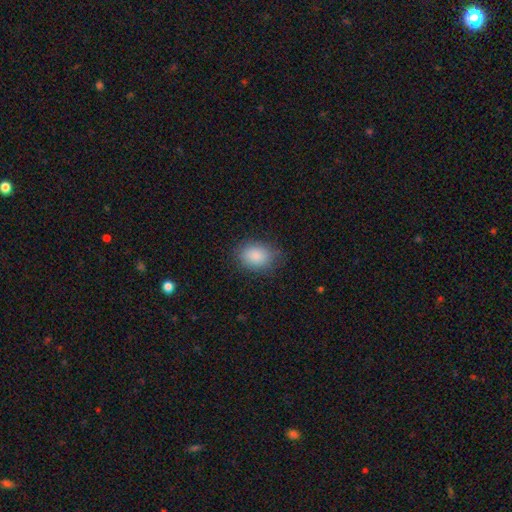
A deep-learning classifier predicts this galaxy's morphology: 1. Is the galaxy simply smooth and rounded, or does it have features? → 86% smooth, 8% star or artifact, 6% featured or disk.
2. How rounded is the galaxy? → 71% in between, 28% round, 1% cigar-shaped.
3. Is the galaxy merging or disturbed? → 77% none, 17% minor disturbance, 5% major disturbance, 1% merger.